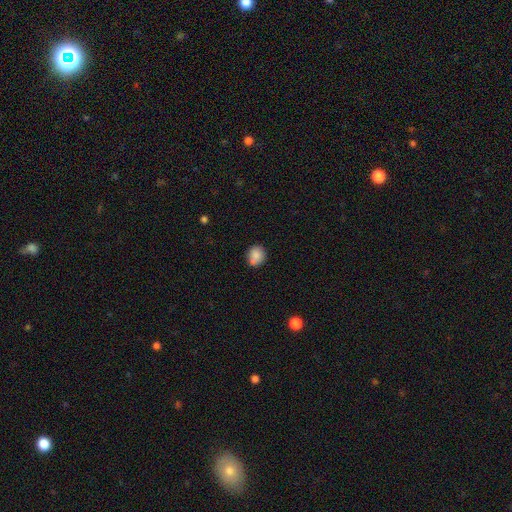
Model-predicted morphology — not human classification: This appears to be a smooth galaxy with no disk features (84%) that is round (77%). Merging: none (67%).